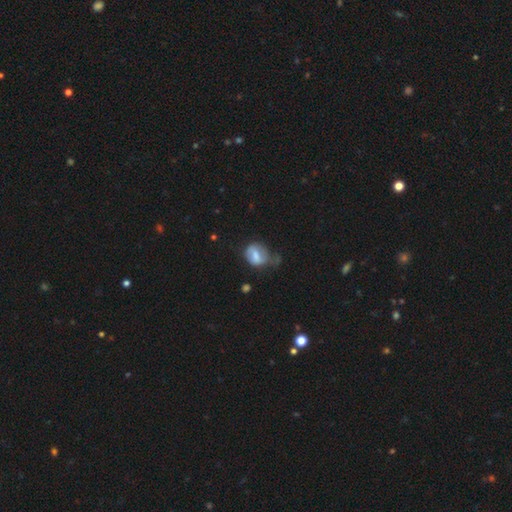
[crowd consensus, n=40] Morphology: type=smooth (55%); roundness=round (68%); merging=none (42%).